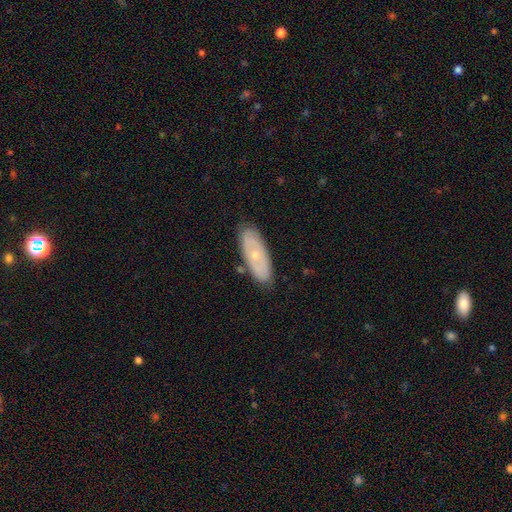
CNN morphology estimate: A featured or disk galaxy (56%). Merging: none (85%).